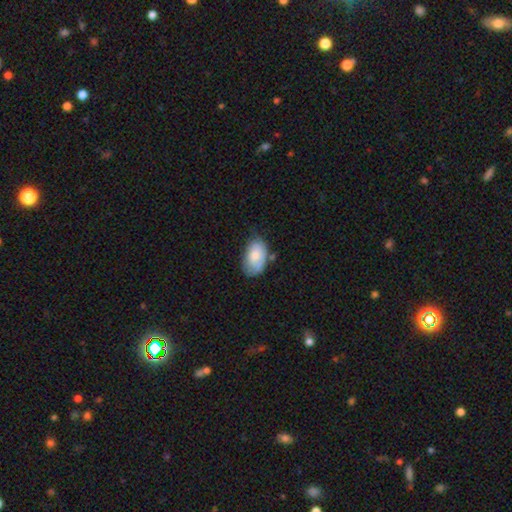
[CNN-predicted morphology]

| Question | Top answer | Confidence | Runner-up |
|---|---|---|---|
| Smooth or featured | smooth | 76% | featured or disk (18%) |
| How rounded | in between | 92% | round (7%) |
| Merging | none | 57% | minor disturbance (31%) |